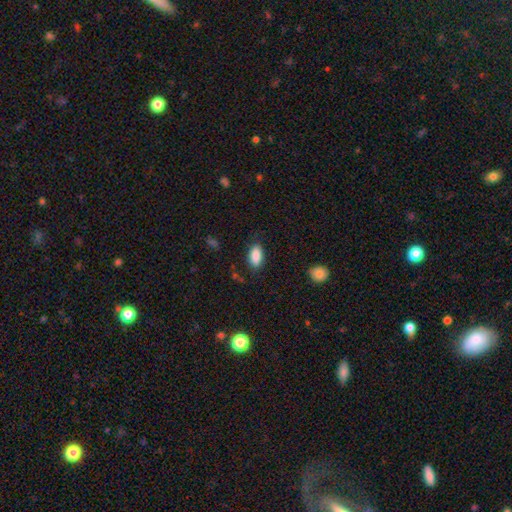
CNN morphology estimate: Smooth or featured?
  - smooth: 88% *
  - star or artifact: 7%
  - featured or disk: 5%
How rounded?
  - in between: 92% *
  - cigar-shaped: 5%
  - round: 4%
Merging?
  - none: 83% *
  - minor disturbance: 13%
  - major disturbance: 3%
  - merger: 1%